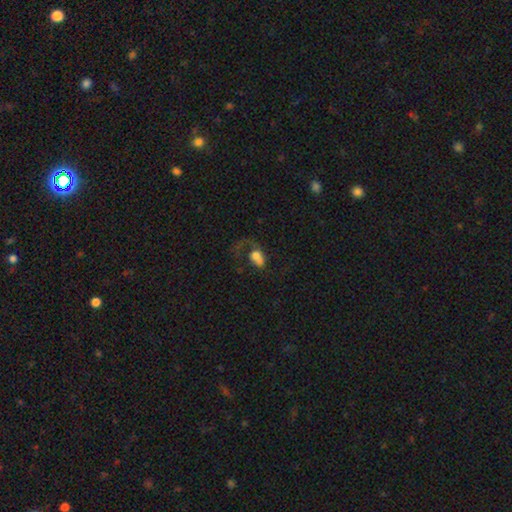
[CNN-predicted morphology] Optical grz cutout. It shows a smooth galaxy with no disk features (54%) that is in between round and cigar-shaped (55%). Merging: major disturbance (41%).